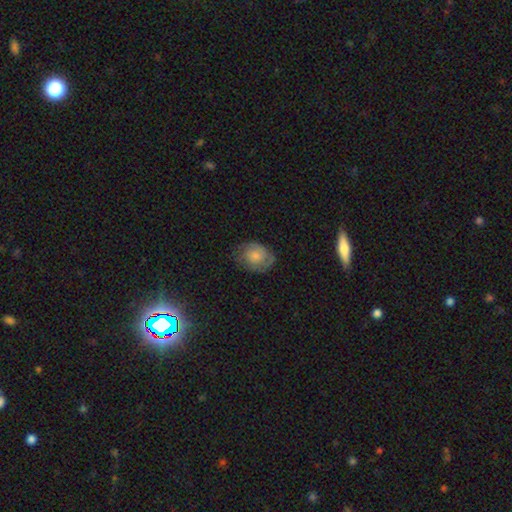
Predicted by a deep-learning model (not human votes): A smooth galaxy with no disk features (55%) that is in between round and cigar-shaped (56%).

Vote fractions:
- Smooth or featured? smooth: 55% / featured or disk: 37% / star or artifact: 8%
- How rounded? in between: 56% / round: 43% / cigar-shaped: 1%
- Merging? none: 61% / minor disturbance: 27% / major disturbance: 11% / merger: 1%